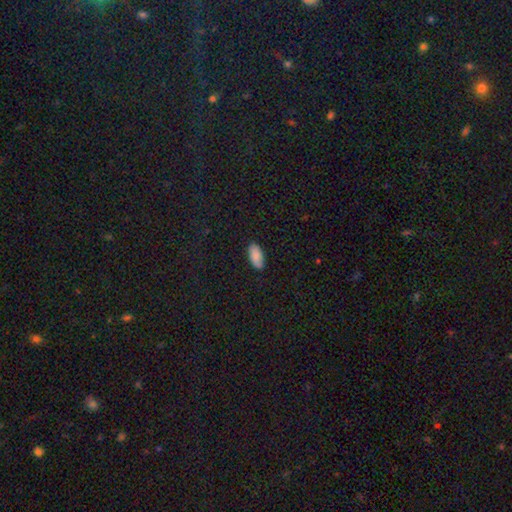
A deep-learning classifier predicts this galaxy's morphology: Overall: smooth (87%). How rounded: in between (92%). Merging: none (86%).